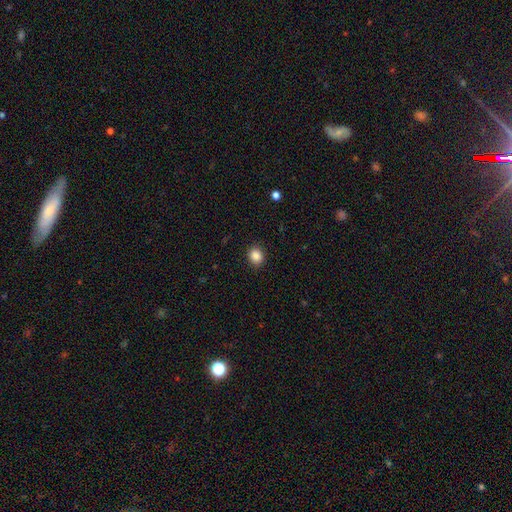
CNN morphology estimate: Smooth or featured?
  - smooth: 86% *
  - star or artifact: 10%
  - featured or disk: 4%
How rounded?
  - round: 67% *
  - in between: 32%
  - cigar-shaped: 1%
Merging?
  - none: 90% *
  - minor disturbance: 7%
  - major disturbance: 2%
  - merger: 1%